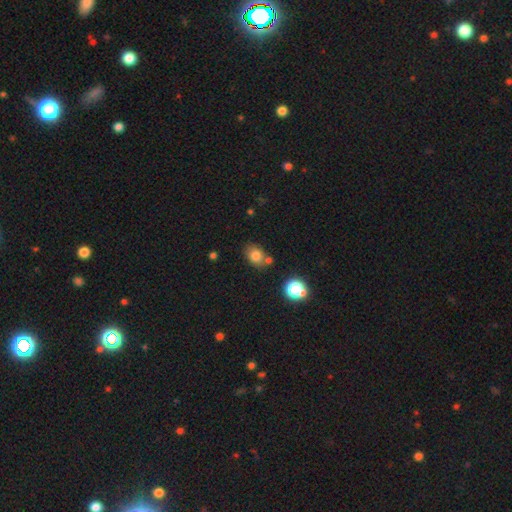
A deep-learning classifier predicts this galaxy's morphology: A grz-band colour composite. It shows a smooth galaxy with no disk features (77%) that is in between round and cigar-shaped (55%). Merging: none (68%).